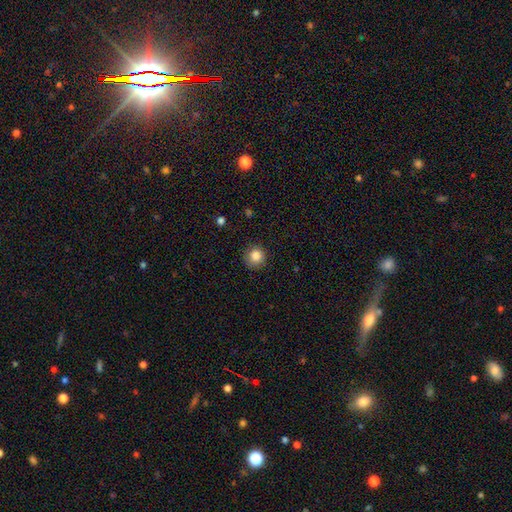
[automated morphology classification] smooth_or_featured: smooth (p=0.85) [alt: star or artifact p=0.10]
how_rounded: round (p=0.93) [alt: in between p=0.06]
merging: none (p=0.85) [alt: minor disturbance p=0.11]